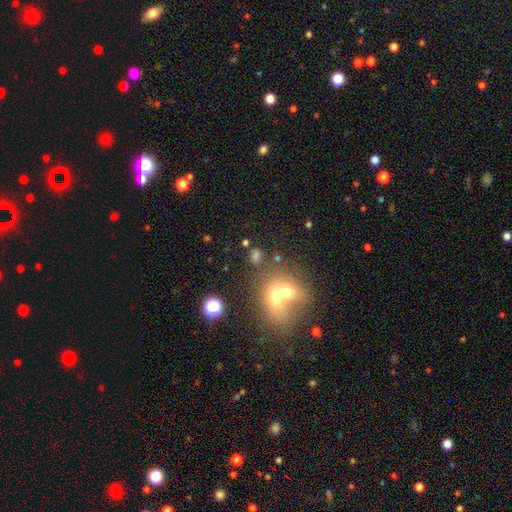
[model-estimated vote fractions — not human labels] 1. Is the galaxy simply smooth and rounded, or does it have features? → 60% smooth, 21% star or artifact, 18% featured or disk.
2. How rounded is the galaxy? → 51% round, 47% in between, 2% cigar-shaped.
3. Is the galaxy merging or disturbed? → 54% merger, 34% none, 7% minor disturbance, 5% major disturbance.